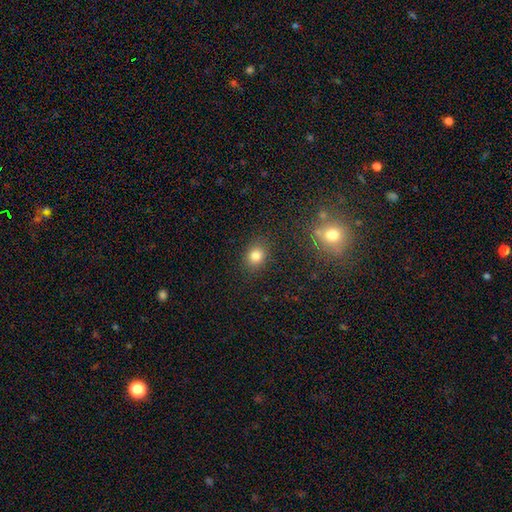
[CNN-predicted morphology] Smooth or featured: smooth — 81% (star or artifact — 13%)
How rounded: round — 63% (in between — 36%)
Merging: none — 86% (minor disturbance — 9%)